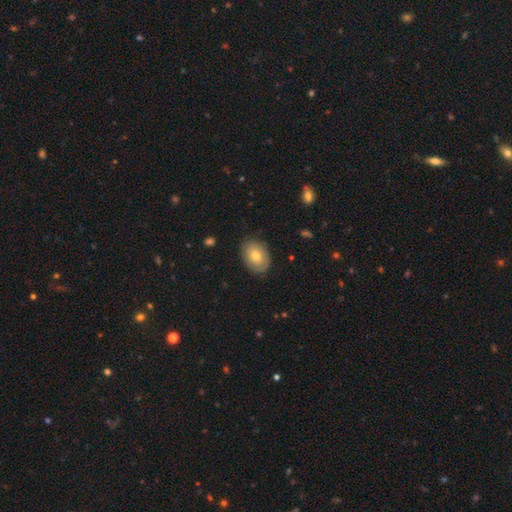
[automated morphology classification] Smooth or featured?
  - smooth: 57% *
  - featured or disk: 34%
  - star or artifact: 9%
How rounded?
  - in between: 76% *
  - round: 23%
  - cigar-shaped: 1%
Merging?
  - none: 83% *
  - minor disturbance: 13%
  - major disturbance: 3%
  - merger: 1%